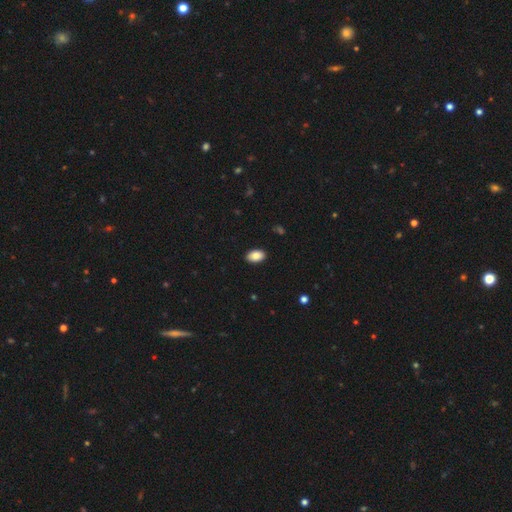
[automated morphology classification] The model was most divided on "smooth or featured": smooth: 85%, featured or disk: 7%, star or artifact: 7%. More confident: how rounded — in between (92%); merging — none (90%).